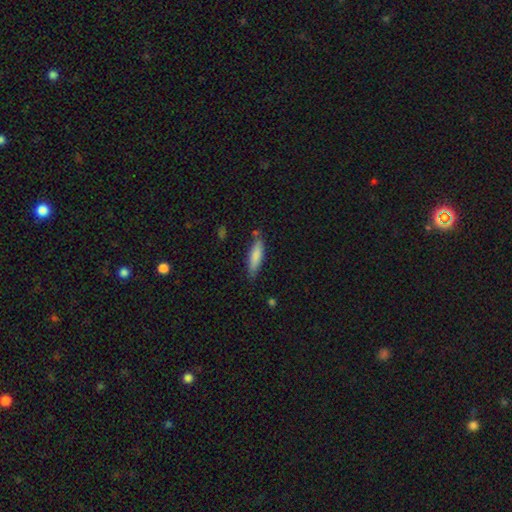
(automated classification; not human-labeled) The model was most divided on "how rounded": cigar-shaped: 66%, in between: 33%, round: 1%. More confident: smooth or featured — smooth (81%); merging — none (75%).